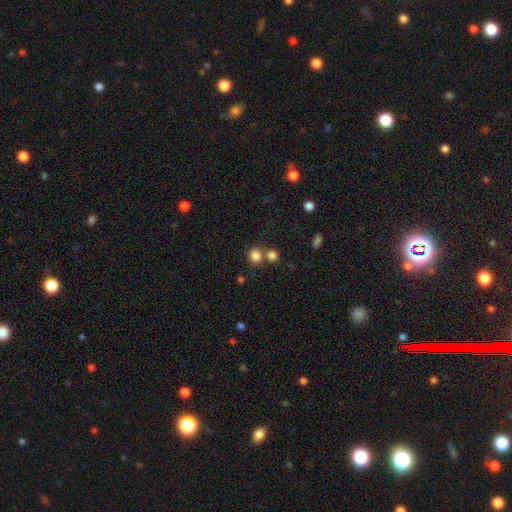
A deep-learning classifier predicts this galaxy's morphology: A smooth galaxy with no disk features (83%) that is round (83%). Merging: none (59%).